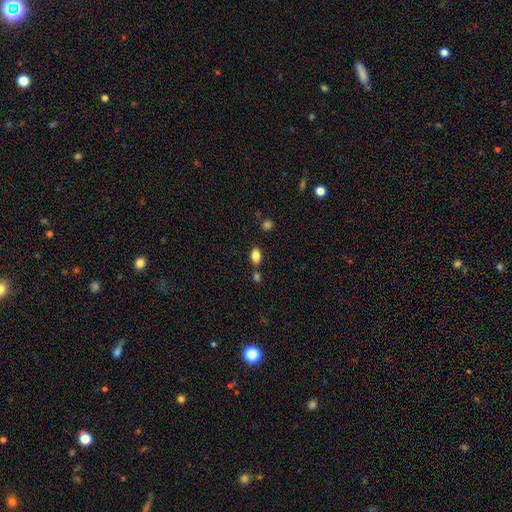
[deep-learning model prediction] smooth 84%, star or artifact 10%, featured or disk 6%. Down the decision tree: how rounded — in between (84%); merging — none (71%).